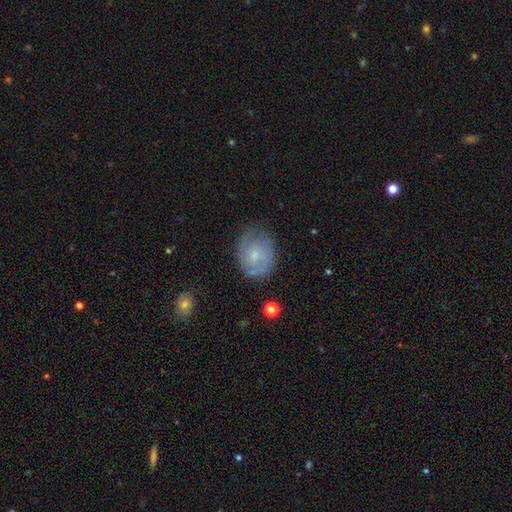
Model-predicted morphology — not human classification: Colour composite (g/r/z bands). It shows a featured or disk galaxy (56%) with no bar (76%), spiral arms (81%) and a small central bulge (63%). Merging: none (71%).